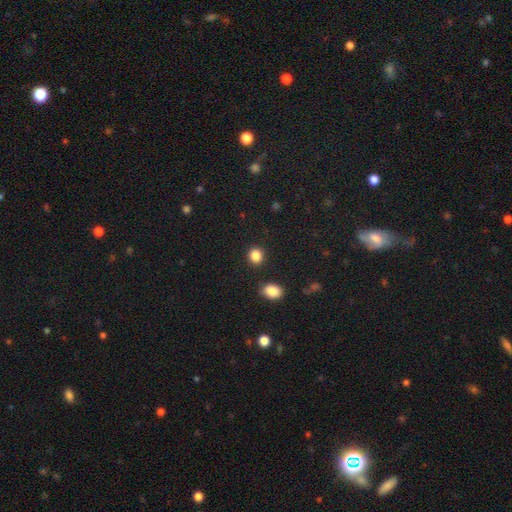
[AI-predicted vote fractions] Morphology: type=smooth (87%); roundness=round (66%); merging=none (86%).